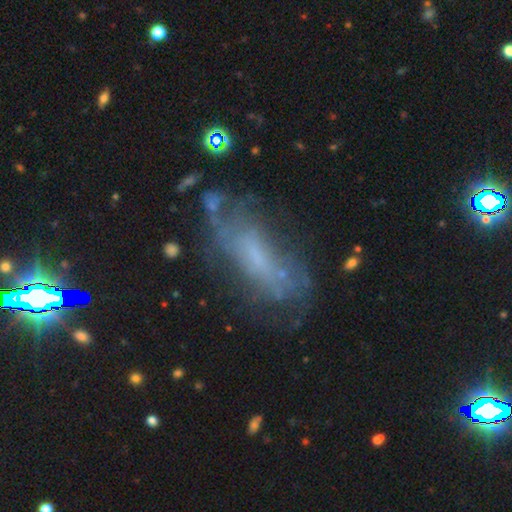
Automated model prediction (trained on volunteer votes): A featured or disk galaxy (57%). Merging: none (54%).